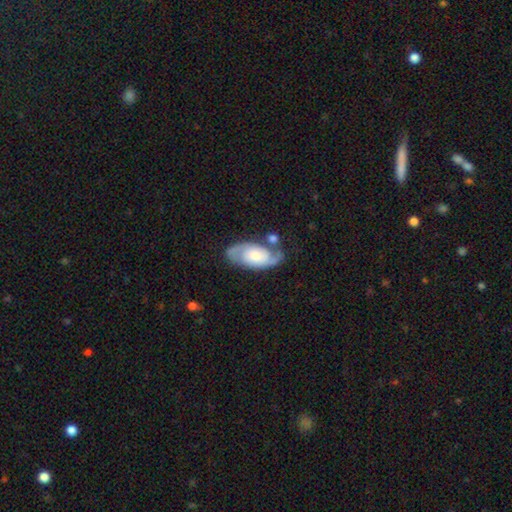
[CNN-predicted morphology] A featured or disk galaxy (73%) with no bar (68%), 2 (85%) medium (45%) spiral arms (93%) and a moderate central bulge (40%).

Vote fractions:
- Smooth or featured? featured or disk: 73% / smooth: 21% / star or artifact: 6%
- Edge-on disk? no: 94% / yes: 6%
- Bar? no: 68% / weak: 25% / strong: 7%
- Spiral arms? yes: 93% / no: 7%
- Spiral winding? medium: 45% / tight: 35% / loose: 21%
- Spiral arm count? 2: 85% / can't tell: 8% / 1: 3% / 3: 2% / 4: 1% / more than 4: 1%
- Bulge size? moderate: 40% / small: 38% / large: 15% / none: 5% / dominant: 3%
- Merging? none: 61% / minor disturbance: 18% / merger: 12% / major disturbance: 9%